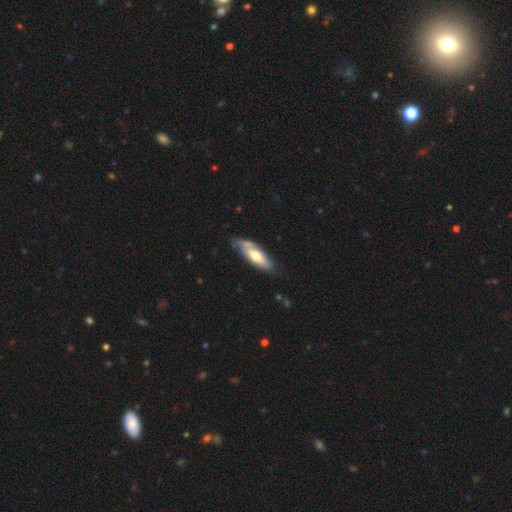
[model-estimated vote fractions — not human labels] This appears to be a smooth galaxy with no disk features (54%) that is in between round and cigar-shaped (61%). Merging: none (60%).